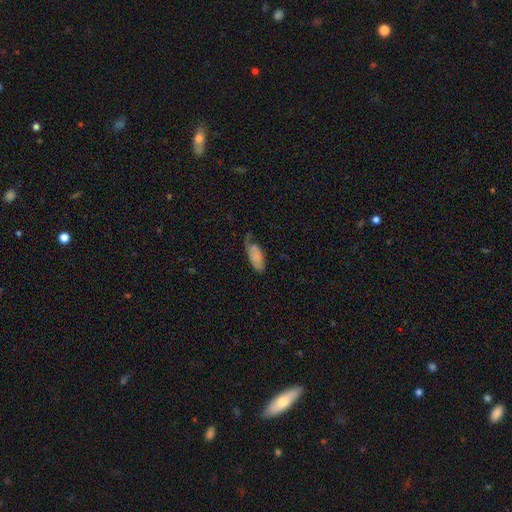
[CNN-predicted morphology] Overall: smooth (71%). How rounded: in between (87%). Merging: minor disturbance (38%; none 37%).